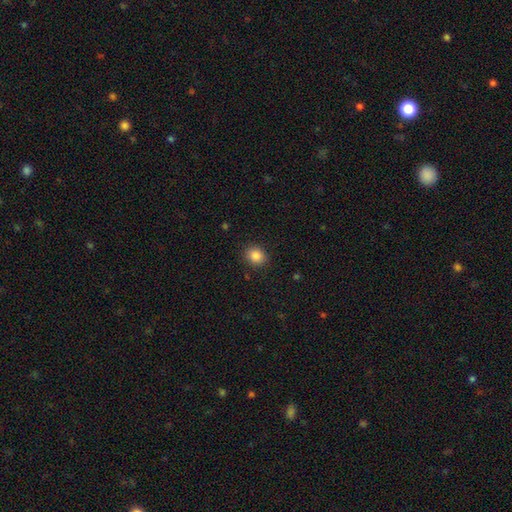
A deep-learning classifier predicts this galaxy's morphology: Overall: smooth (86%). How rounded: round (65%; in between 35%). Merging: none (88%).